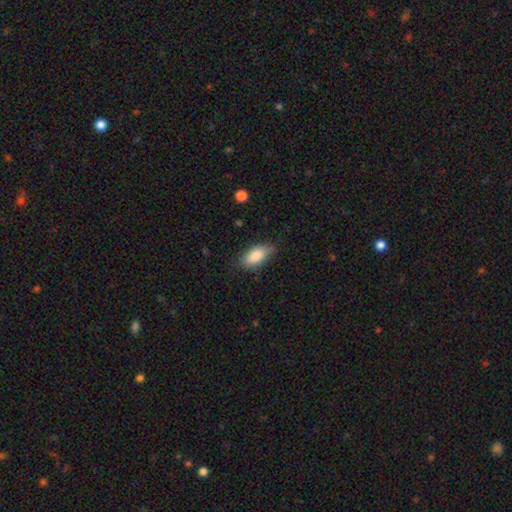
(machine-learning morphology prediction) Q: Smooth or featured?
A: smooth (85%); runner-up: featured or disk (8%)
Q: How rounded?
A: in between (90%); runner-up: cigar-shaped (7%)
Q: Merging?
A: none (75%); runner-up: minor disturbance (20%)